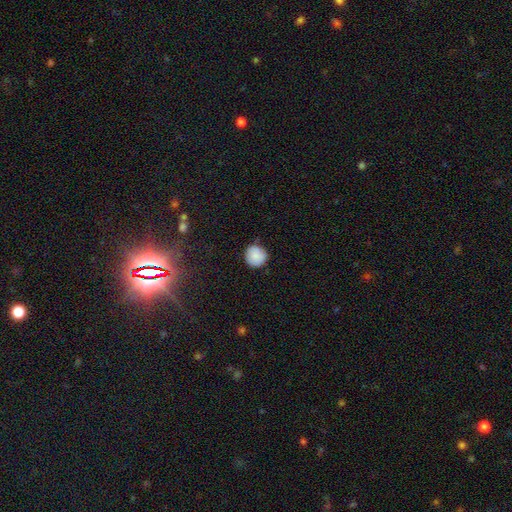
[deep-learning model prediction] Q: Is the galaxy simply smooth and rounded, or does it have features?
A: smooth — 84%.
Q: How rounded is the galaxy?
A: round — 92%.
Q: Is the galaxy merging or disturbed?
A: none — 78%.